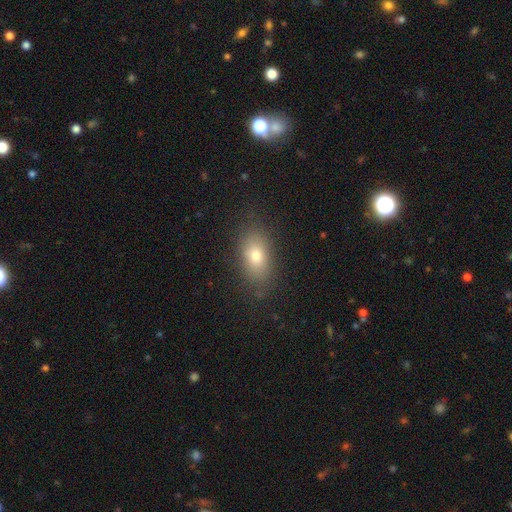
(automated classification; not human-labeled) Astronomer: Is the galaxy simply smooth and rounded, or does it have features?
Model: smooth — 76%.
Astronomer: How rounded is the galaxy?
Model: in between — 84%.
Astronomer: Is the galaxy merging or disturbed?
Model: none — 83%.